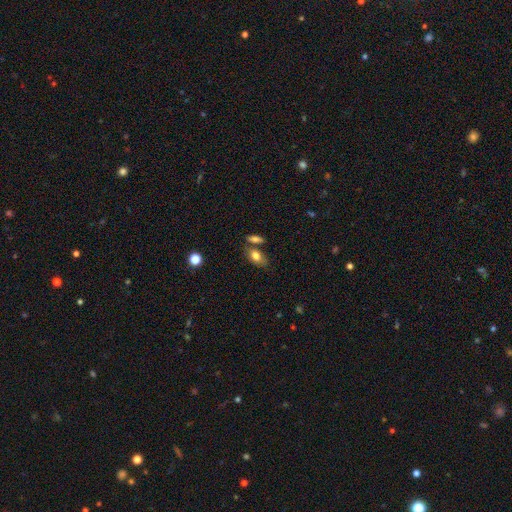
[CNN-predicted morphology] A smooth galaxy with no disk features (78%) that is in between round and cigar-shaped (87%). Merging: none (61%).